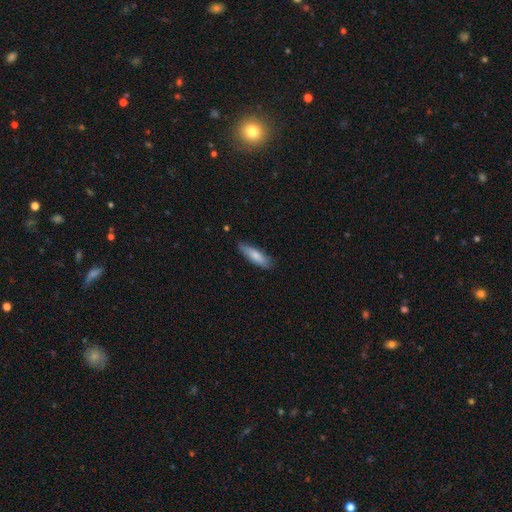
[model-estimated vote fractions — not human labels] The model was most divided on "how rounded": cigar-shaped: 61%, in between: 38%, round: 2%. More confident: smooth or featured — smooth (77%); merging — none (76%).